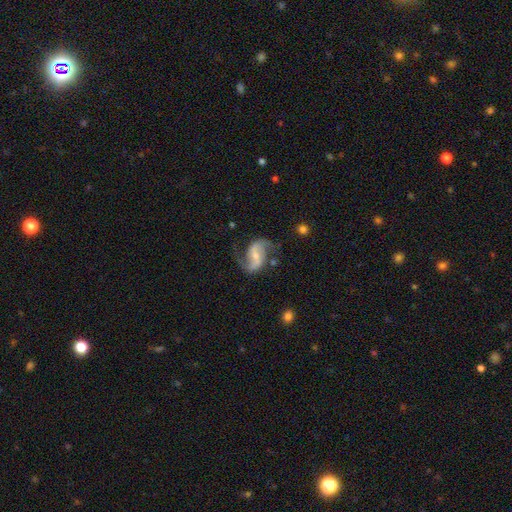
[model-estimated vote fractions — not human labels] smooth-or-featured: featured or disk: 88% | smooth: 7% | star or artifact: 5%
  disk-edge-on: no: 98% | yes: 2%
    bar: weak: 45% | strong: 30% | no: 25%
    has-spiral-arms: yes: 97% | no: 3%
      spiral-winding: loose: 52% | medium: 39% | tight: 8%
      spiral-arm-count: 2: 92% | 1: 2% | can't tell: 2% | 3: 1% | 4: 1% | more than 4: 1%
    bulge-size: small: 53% | moderate: 36% | none: 7% | large: 3% | dominant: 1%
  merging: none: 70% | minor disturbance: 17% | major disturbance: 10% | merger: 2%